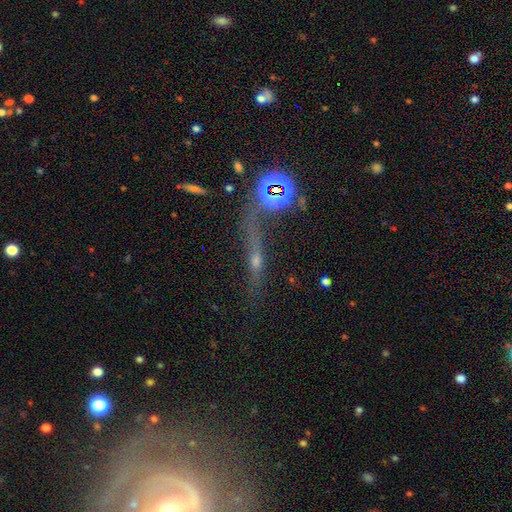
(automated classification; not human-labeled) The model was most divided on "smooth or featured": featured or disk: 47%, star or artifact: 30%, smooth: 23%. More confident: merging — none (55%).